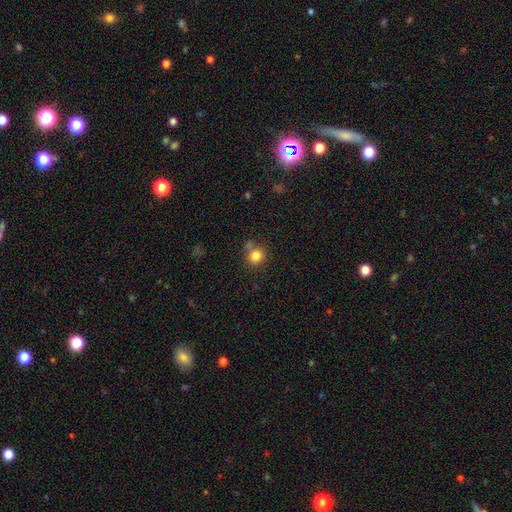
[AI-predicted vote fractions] A smooth galaxy with no disk features (83%) that is round (88%).

Vote fractions:
- Smooth or featured? smooth: 83% / star or artifact: 11% / featured or disk: 6%
- How rounded? round: 88% / in between: 11% / cigar-shaped: 1%
- Merging? none: 71% / merger: 15% / minor disturbance: 10% / major disturbance: 4%